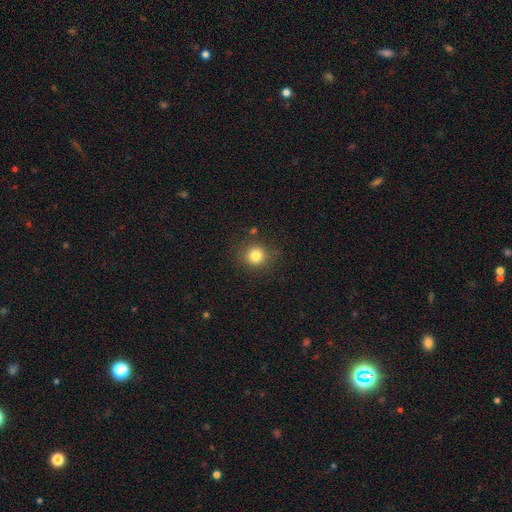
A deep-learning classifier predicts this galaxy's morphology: A smooth galaxy with no disk features (81%) that is round (89%).

Vote fractions:
- Smooth or featured? smooth: 81% / star or artifact: 12% / featured or disk: 6%
- How rounded? round: 89% / in between: 10% / cigar-shaped: 1%
- Merging? none: 86% / minor disturbance: 9% / major disturbance: 3% / merger: 2%